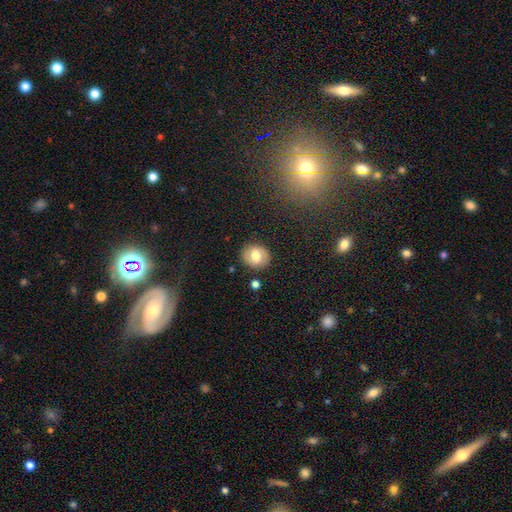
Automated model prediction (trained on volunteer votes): smooth-or-featured: smooth: 72% | featured or disk: 19% | star or artifact: 9%
  how-rounded: round: 76% | in between: 23% | cigar-shaped: 1%
  merging: none: 86% | minor disturbance: 9% | major disturbance: 3% | merger: 2%